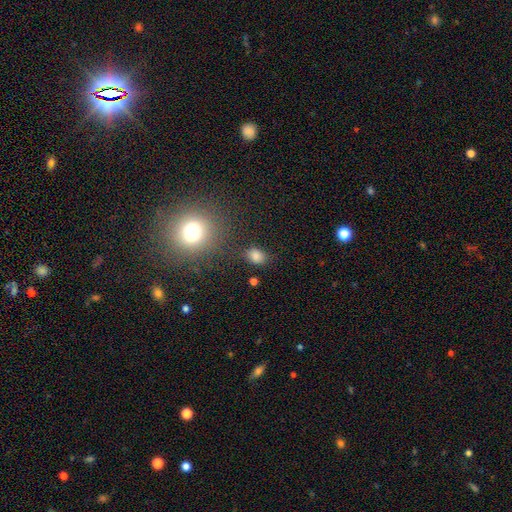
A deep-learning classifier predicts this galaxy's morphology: Smooth or featured? smooth (80%)
How rounded? in between (64%)
Merging? none (79%)